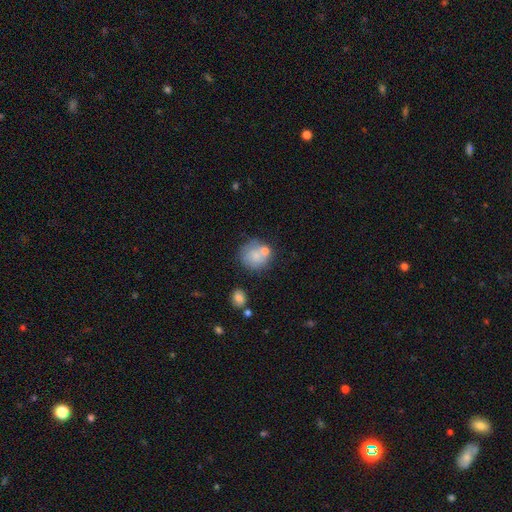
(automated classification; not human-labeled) Smooth or featured: smooth — 73% (featured or disk — 18%)
How rounded: round — 86% (in between — 13%)
Merging: none — 57% (merger — 18%)